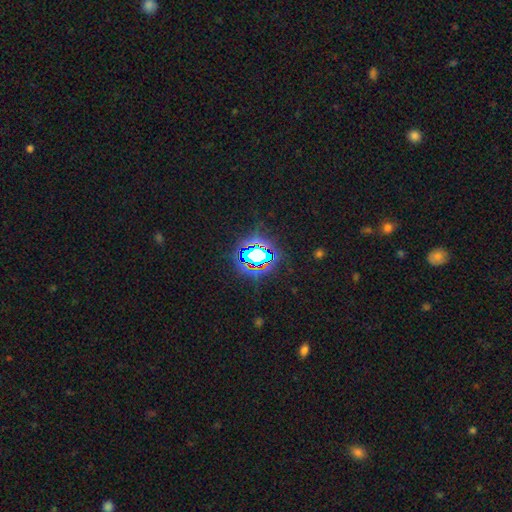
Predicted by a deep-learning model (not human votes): Morphology: type=star or artifact (74%).